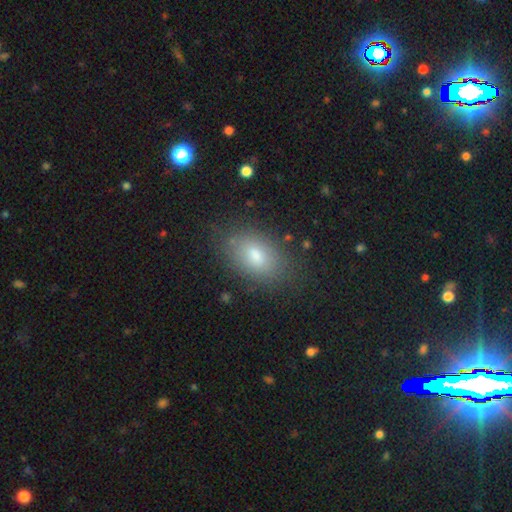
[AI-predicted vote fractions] A smooth galaxy with no disk features (76%) that is in between round and cigar-shaped (89%).

Vote fractions:
- Smooth or featured? smooth: 76% / featured or disk: 14% / star or artifact: 10%
- How rounded? in between: 89% / round: 9% / cigar-shaped: 2%
- Merging? none: 79% / minor disturbance: 14% / major disturbance: 5% / merger: 2%